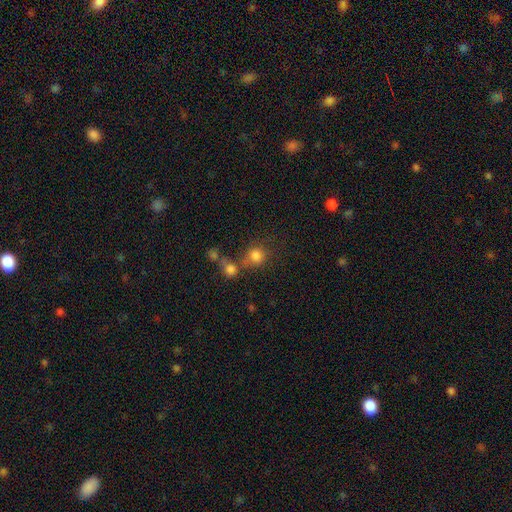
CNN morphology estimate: Smooth or featured: smooth — 79% (star or artifact — 13%)
How rounded: round — 82% (in between — 17%)
Merging: none — 53% (merger — 29%)